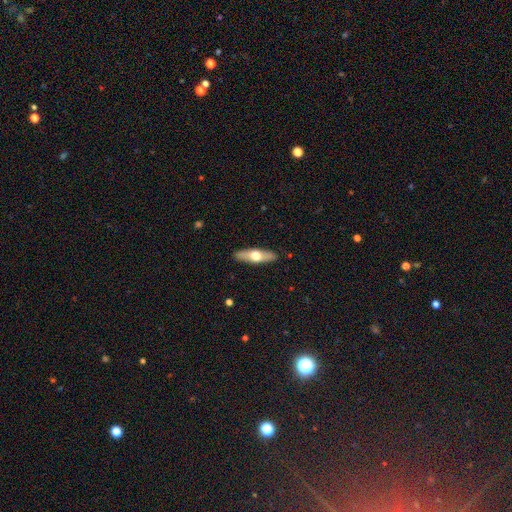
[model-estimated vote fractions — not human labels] Smooth or featured? Predicted: featured or disk (p=0.48). Merging? Predicted: none (p=0.90).